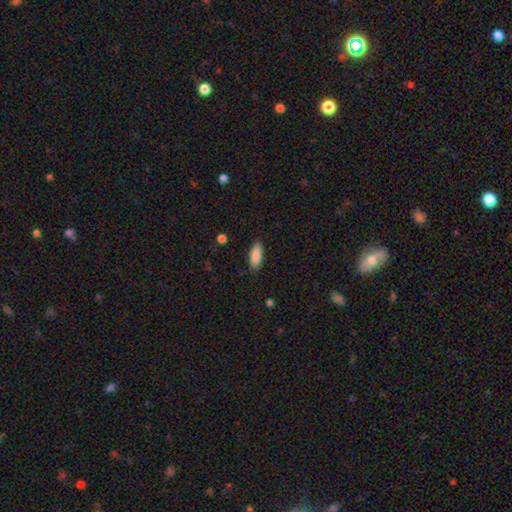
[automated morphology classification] smooth_or_featured: smooth (p=0.87) [alt: star or artifact p=0.06]
how_rounded: in between (p=0.78) [alt: cigar-shaped p=0.20]
merging: none (p=0.86) [alt: minor disturbance p=0.11]